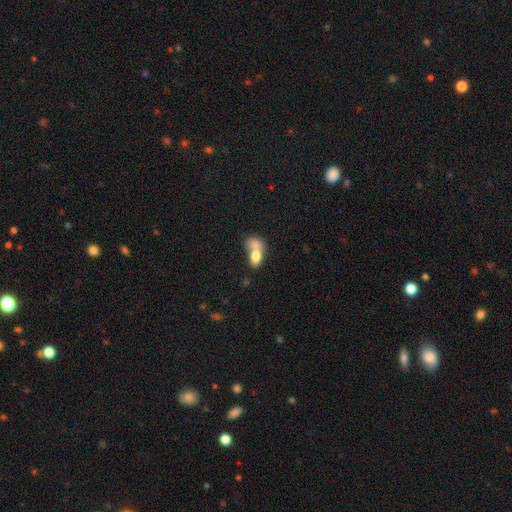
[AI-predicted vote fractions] Smooth or featured? smooth (73%)
How rounded? in between (80%)
Merging? merger (68%)